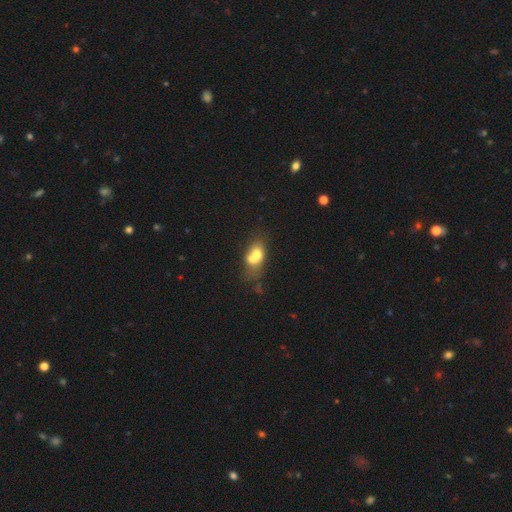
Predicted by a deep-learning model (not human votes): Smooth or featured: smooth — 62% (featured or disk — 27%)
How rounded: in between — 60% (round — 35%)
Merging: merger — 61% (none — 24%)